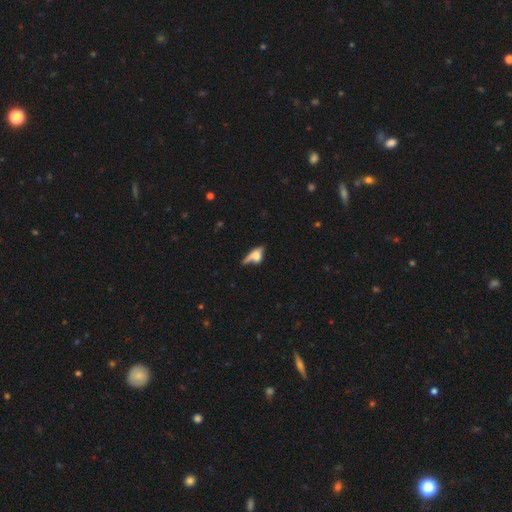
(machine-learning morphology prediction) type=smooth (48%); merging=none (39%).